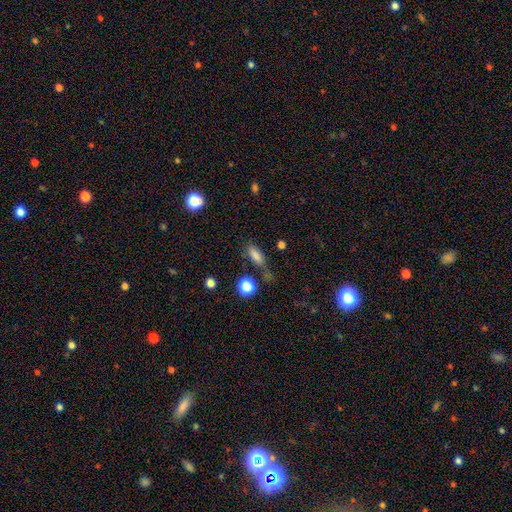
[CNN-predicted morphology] The model was most divided on "how rounded": in between: 66%, cigar-shaped: 27%, round: 7%. More confident: smooth or featured — smooth (80%); merging — none (67%).